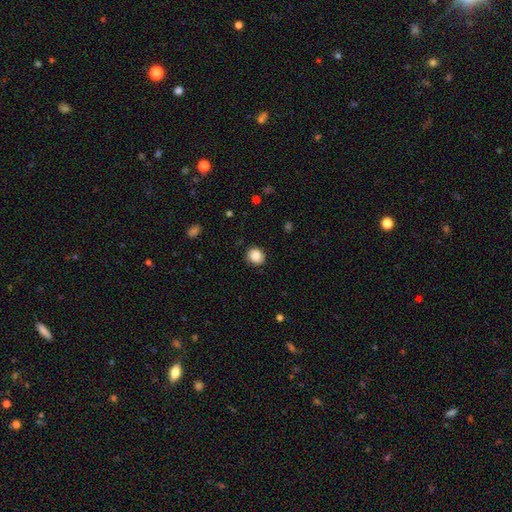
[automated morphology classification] Smooth or featured: smooth — 87% (star or artifact — 9%)
How rounded: round — 76% (in between — 23%)
Merging: none — 83% (minor disturbance — 13%)